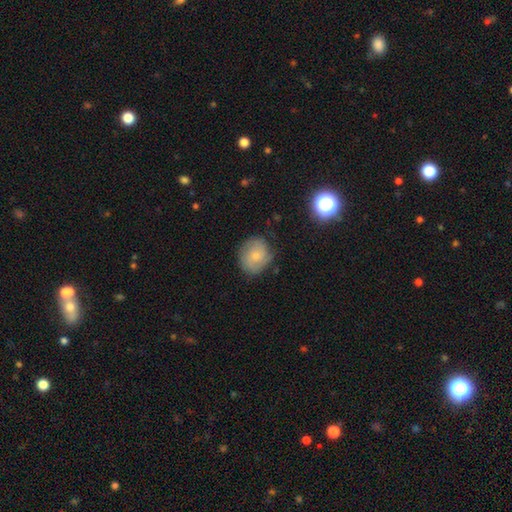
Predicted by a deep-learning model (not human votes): Overall: smooth (58%; featured or disk 33%). How rounded: round (71%). Merging: none (75%).